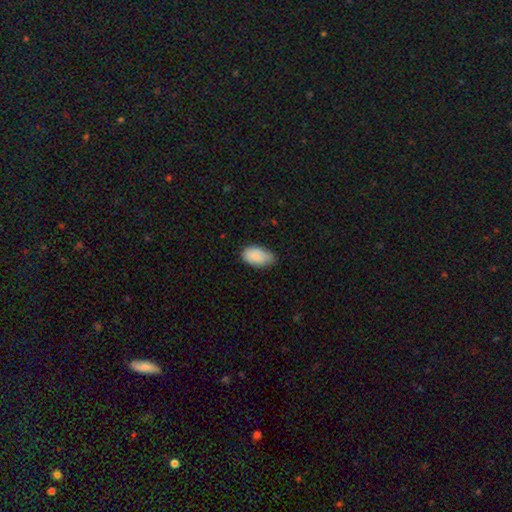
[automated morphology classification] Overall: smooth (86%). How rounded: in between (94%). Merging: none (56%; minor disturbance 37%).